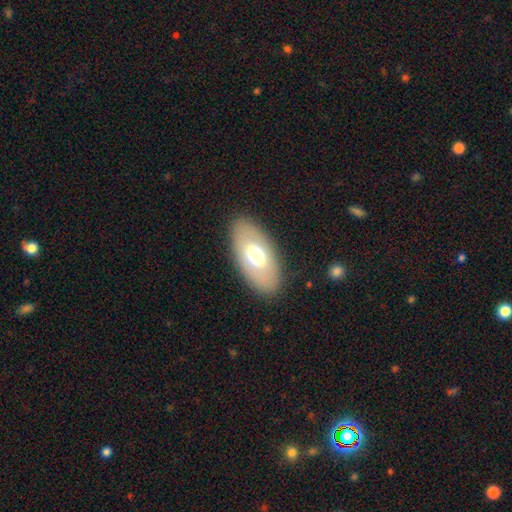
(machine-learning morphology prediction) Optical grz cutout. It shows a smooth galaxy with no disk features (59%) that is in between round and cigar-shaped (93%). Merging: none (85%).